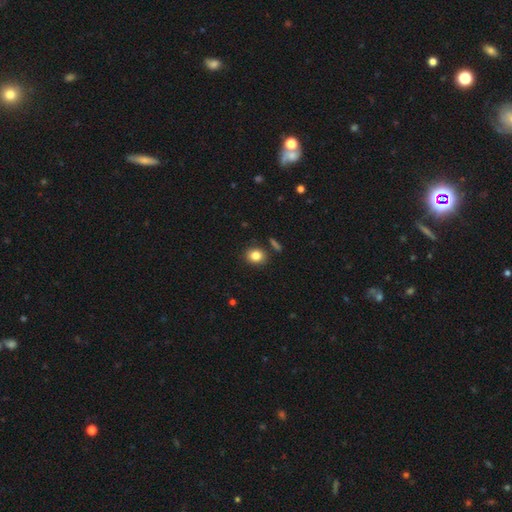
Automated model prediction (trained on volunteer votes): smooth_or_featured: smooth (p=0.84) [alt: star or artifact p=0.10]
how_rounded: round (p=0.65) [alt: in between p=0.33]
merging: none (p=0.85) [alt: minor disturbance p=0.09]